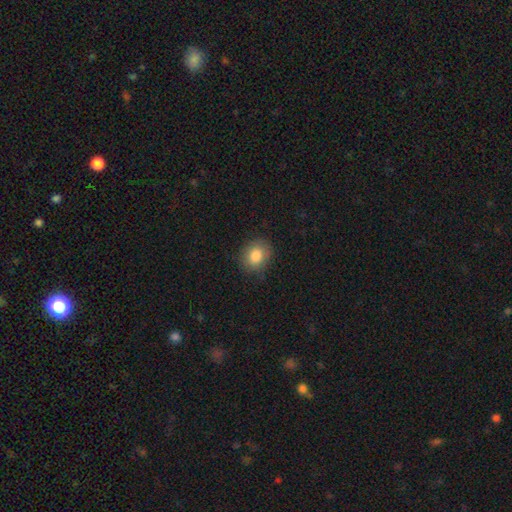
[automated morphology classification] The model was most divided on "how rounded": round: 62%, in between: 38%, cigar-shaped: 1%. More confident: smooth or featured — smooth (84%); merging — none (83%).